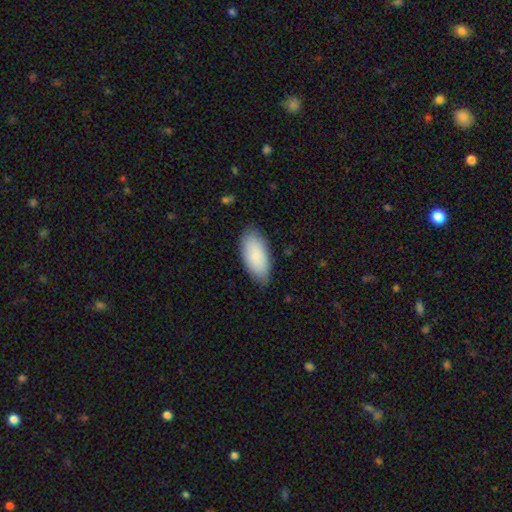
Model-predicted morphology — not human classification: smooth-or-featured: smooth: 86% | featured or disk: 8% | star or artifact: 6%
  how-rounded: in between: 92% | cigar-shaped: 7% | round: 2%
  merging: none: 81% | minor disturbance: 15% | major disturbance: 3% | merger: 1%